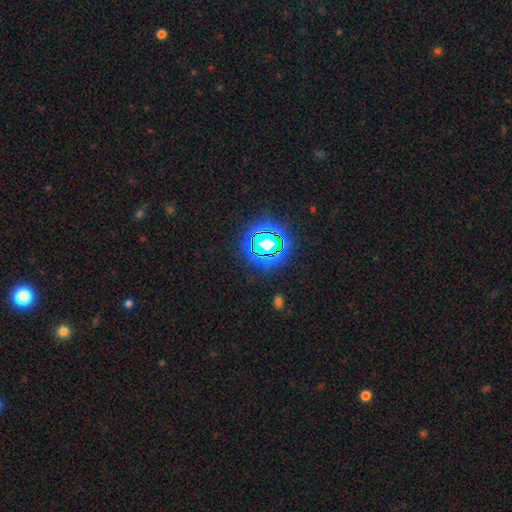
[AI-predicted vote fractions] Morphology: type=star or artifact (80%).